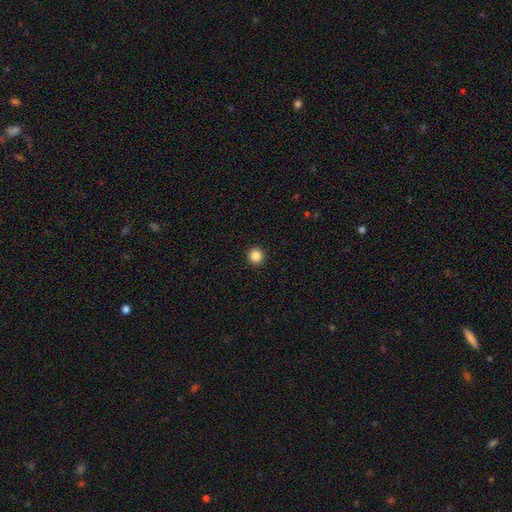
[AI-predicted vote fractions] A smooth galaxy with no disk features (85%) that is round (96%). Merging: none (94%).